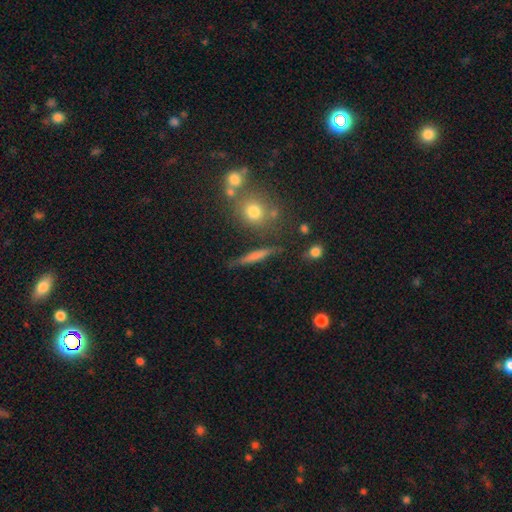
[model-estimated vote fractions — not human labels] A smooth galaxy with no disk features (62%) that is cigar-shaped (85%).

Vote fractions:
- Smooth or featured? smooth: 62% / featured or disk: 28% / star or artifact: 10%
- How rounded? cigar-shaped: 85% / in between: 9% / round: 6%
- Merging? none: 76% / minor disturbance: 14% / merger: 5% / major disturbance: 5%